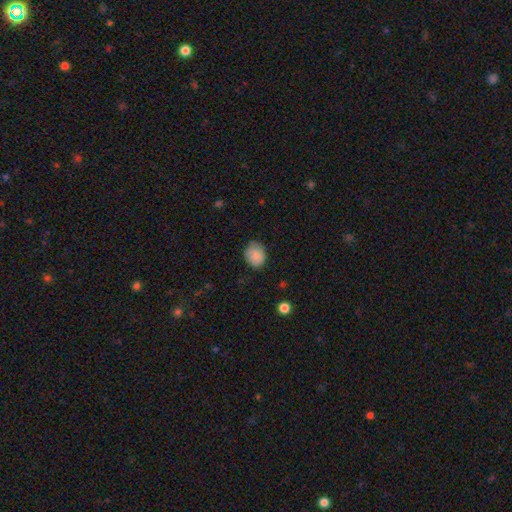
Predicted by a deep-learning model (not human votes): A smooth galaxy with no disk features (83%) that is round (55%).

Vote fractions:
- Smooth or featured? smooth: 83% / featured or disk: 9% / star or artifact: 8%
- How rounded? round: 55% / in between: 44% / cigar-shaped: 1%
- Merging? none: 71% / minor disturbance: 23% / major disturbance: 4% / merger: 1%